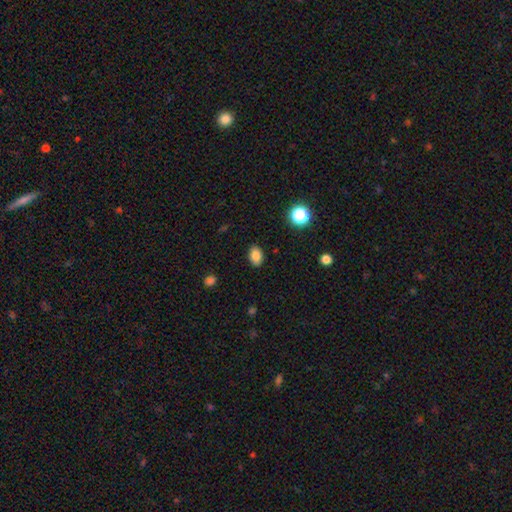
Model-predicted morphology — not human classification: smooth 84%, star or artifact 10%, featured or disk 5%. Down the decision tree: how rounded — in between (80%); merging — none (87%).